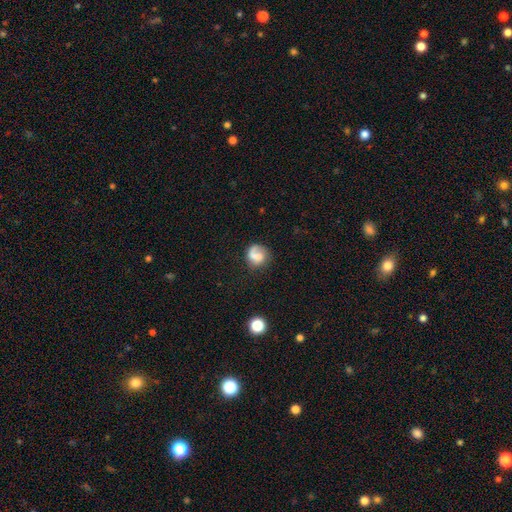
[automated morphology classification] A smooth galaxy with no disk features (56%) that is round (77%). Merging: none (54%).